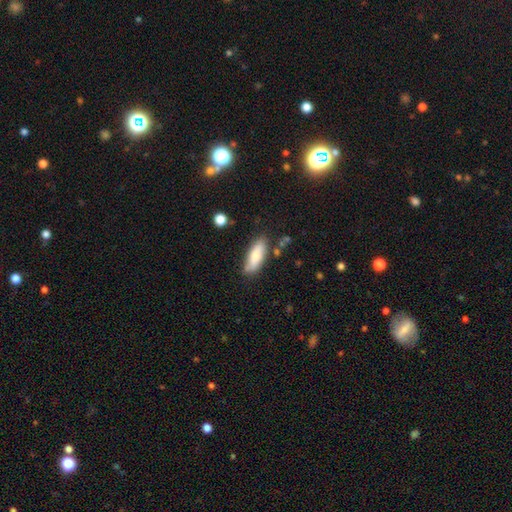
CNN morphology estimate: type=smooth (75%); roundness=in between (65%); merging=none (75%).